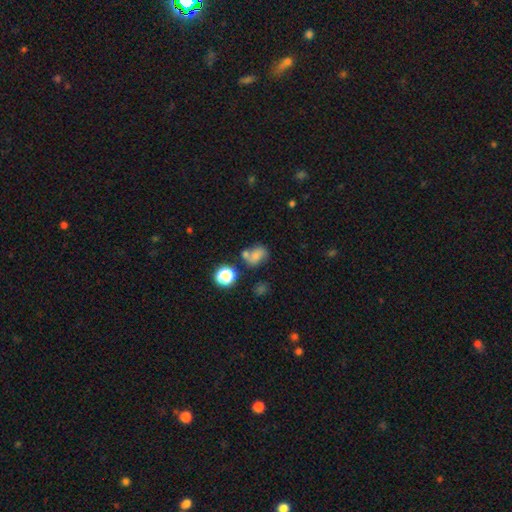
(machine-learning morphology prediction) Q: Smooth or featured?
A: smooth (68%); runner-up: star or artifact (16%)
Q: How rounded?
A: in between (60%); runner-up: round (38%)
Q: Merging?
A: none (45%); runner-up: merger (30%)